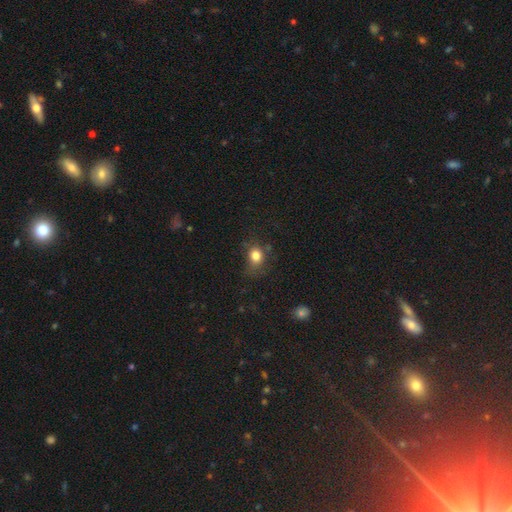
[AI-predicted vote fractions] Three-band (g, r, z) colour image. It shows a smooth galaxy with no disk features (80%) that is round (62%). Merging: none (65%).